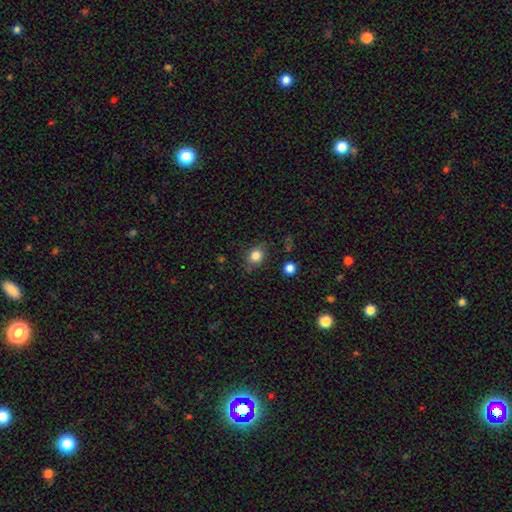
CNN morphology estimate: Smooth or featured? Predicted: smooth (p=0.83). How rounded? Predicted: round (p=0.60). Merging? Predicted: none (p=0.81).